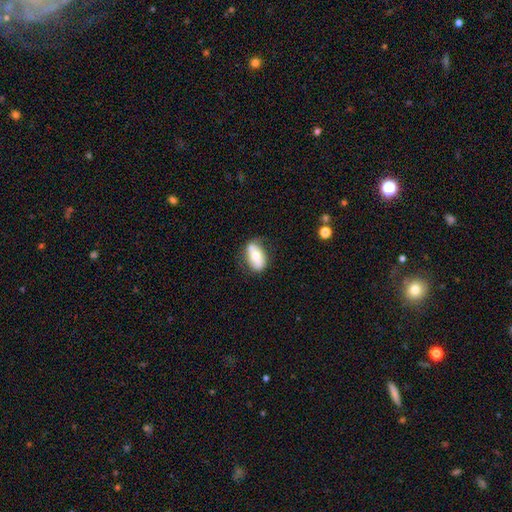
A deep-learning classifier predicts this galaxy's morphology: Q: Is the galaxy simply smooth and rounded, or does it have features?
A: smooth — 55%.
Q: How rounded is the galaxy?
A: in between — 88%.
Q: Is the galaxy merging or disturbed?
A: none — 70%.